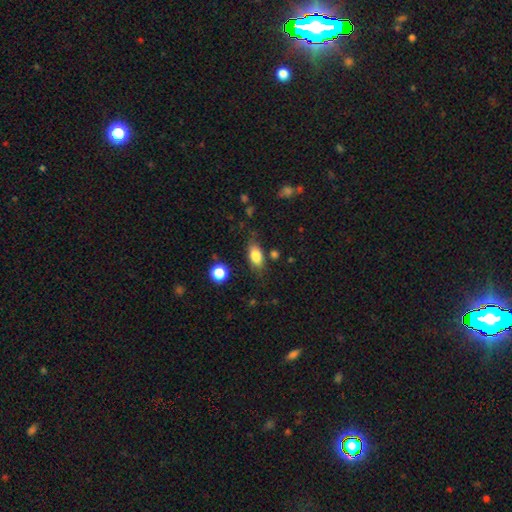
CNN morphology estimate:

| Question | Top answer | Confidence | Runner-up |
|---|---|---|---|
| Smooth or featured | smooth | 82% | featured or disk (10%) |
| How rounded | in between | 85% | cigar-shaped (8%) |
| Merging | none | 75% | minor disturbance (17%) |